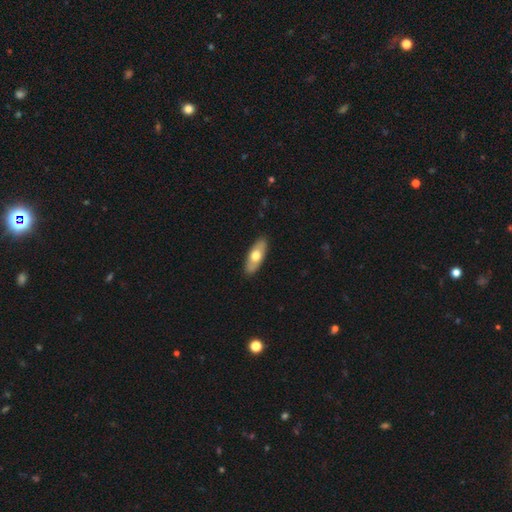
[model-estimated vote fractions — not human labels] Smooth or featured?
  - smooth: 61% *
  - featured or disk: 34%
  - star or artifact: 5%
How rounded?
  - in between: 74% *
  - cigar-shaped: 23%
  - round: 3%
Merging?
  - none: 89% *
  - minor disturbance: 8%
  - major disturbance: 2%
  - merger: 1%